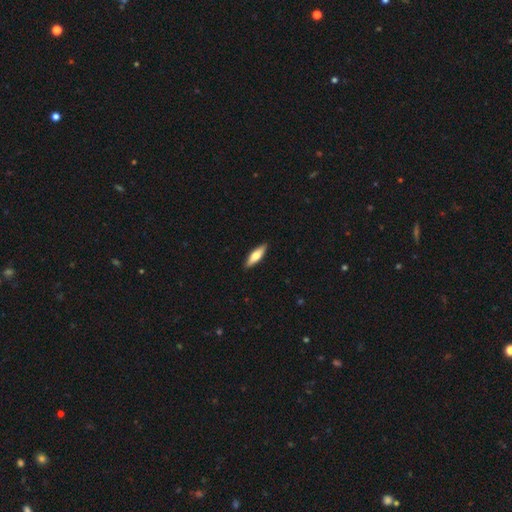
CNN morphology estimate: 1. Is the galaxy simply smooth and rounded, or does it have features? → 65% smooth, 30% featured or disk, 5% star or artifact.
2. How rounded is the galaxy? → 55% cigar-shaped, 43% in between, 2% round.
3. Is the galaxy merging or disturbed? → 89% none, 8% minor disturbance, 2% major disturbance, 1% merger.